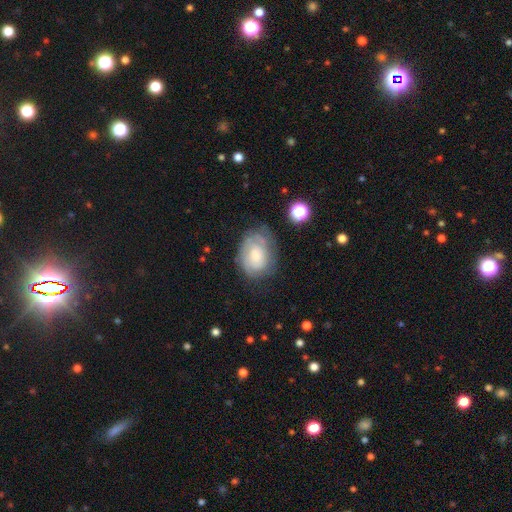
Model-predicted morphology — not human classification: The model was most divided on "bulge size": small: 32%, moderate: 31%, large: 19%, none: 15%, dominant: 4%. More confident: edge-on disk — no (97%); spiral arms — yes (81%); bar — no (73%); smooth or featured — featured or disk (60%); merging — none (58%).